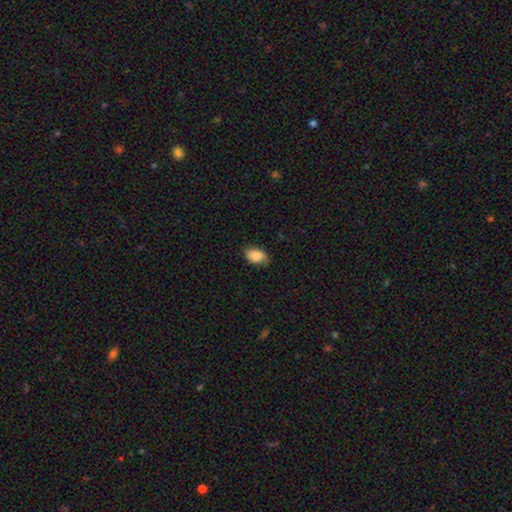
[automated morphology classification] smooth_or_featured: smooth (p=0.84) [alt: featured or disk p=0.09]
how_rounded: in between (p=0.86) [alt: round p=0.12]
merging: none (p=0.72) [alt: minor disturbance p=0.22]